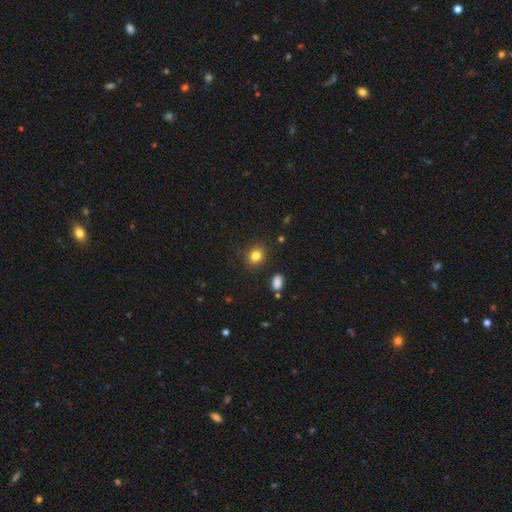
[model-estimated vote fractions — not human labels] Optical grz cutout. It shows a smooth galaxy with no disk features (82%) that is round (63%). Merging: none (86%).